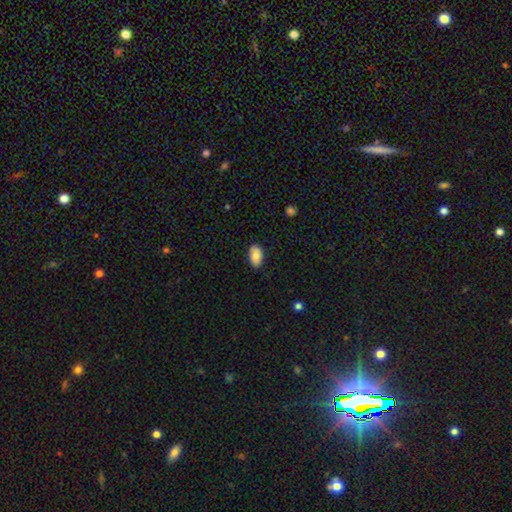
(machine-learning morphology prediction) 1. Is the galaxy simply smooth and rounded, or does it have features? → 87% smooth, 7% star or artifact, 6% featured or disk.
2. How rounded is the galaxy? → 94% in between, 5% round, 1% cigar-shaped.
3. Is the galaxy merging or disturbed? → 87% none, 10% minor disturbance, 2% major disturbance, 1% merger.